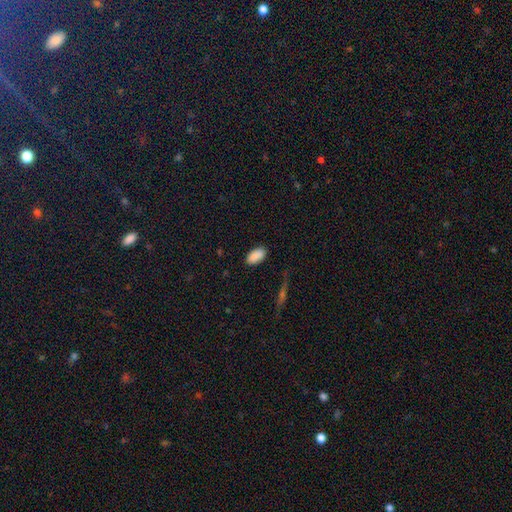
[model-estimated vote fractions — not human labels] Smooth or featured: smooth — 88% (star or artifact — 7%)
How rounded: in between — 94% (cigar-shaped — 3%)
Merging: none — 84% (minor disturbance — 12%)